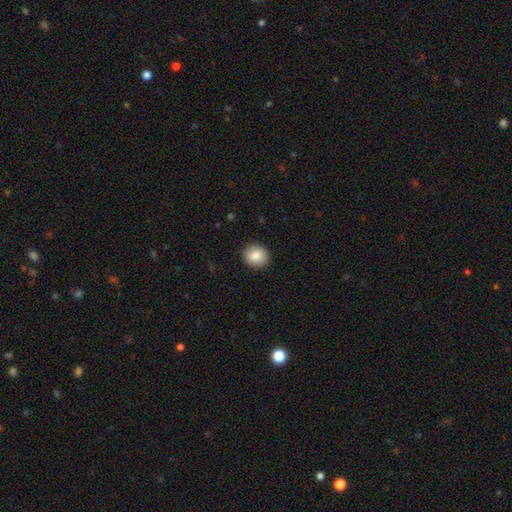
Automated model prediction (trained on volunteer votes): This is clearly a smooth galaxy (86%). How rounded: clearly round (83%). Merging: clearly none (92%).